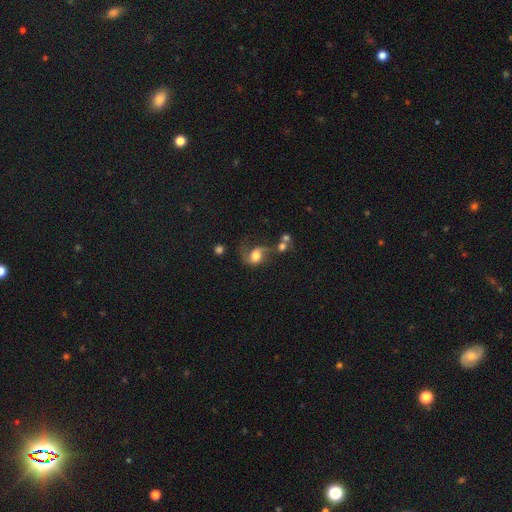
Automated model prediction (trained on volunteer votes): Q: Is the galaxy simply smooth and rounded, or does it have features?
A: featured or disk — 49%.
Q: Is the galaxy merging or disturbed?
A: none — 30%.